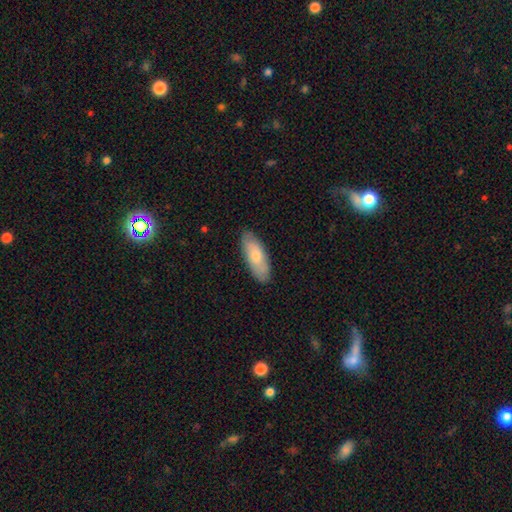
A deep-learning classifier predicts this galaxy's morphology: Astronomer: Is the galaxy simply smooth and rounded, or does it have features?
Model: smooth — 69%.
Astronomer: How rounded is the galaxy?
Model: in between — 75%.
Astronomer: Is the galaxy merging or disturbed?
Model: none — 86%.